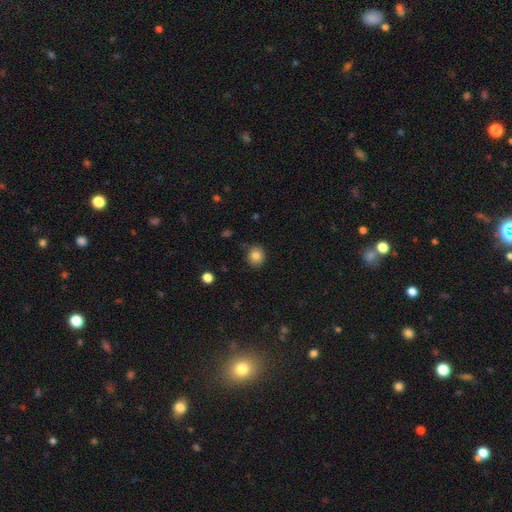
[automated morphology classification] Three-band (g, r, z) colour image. It shows a smooth galaxy with no disk features (82%) that is round (83%). Merging: none (86%).